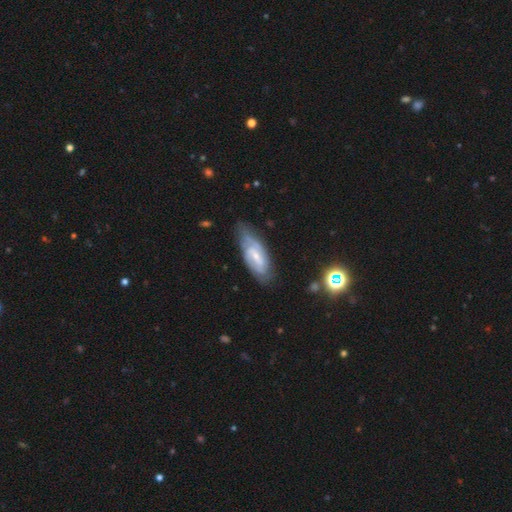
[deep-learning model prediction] smooth_or_featured: featured or disk (p=0.80) [alt: smooth p=0.14]
disk_edge_on: no (p=0.92) [alt: yes p=0.08]
bar: weak (p=0.51) [alt: strong p=0.27]
has_spiral_arms: yes (p=0.93) [alt: no p=0.07]
spiral_winding: medium (p=0.43) [tied with: tight p=0.43]
spiral_arm_count: 2 (p=0.70) [alt: can't tell p=0.17]
bulge_size: small (p=0.63) [alt: moderate p=0.30]
merging: none (p=0.68) [alt: minor disturbance p=0.23]